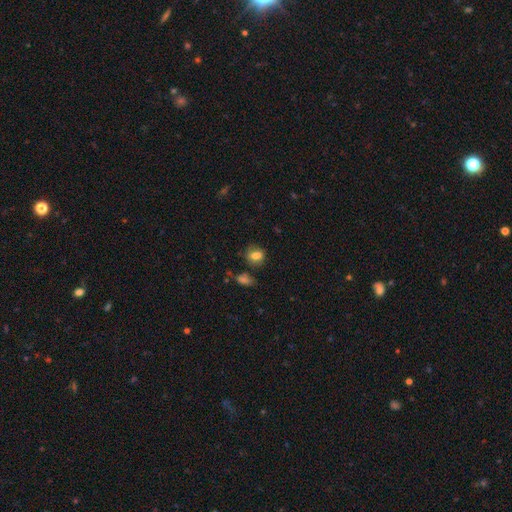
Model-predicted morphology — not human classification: Smooth or featured? Predicted: smooth (p=0.77). How rounded? Predicted: in between (p=0.55). Merging? Predicted: none (p=0.66).